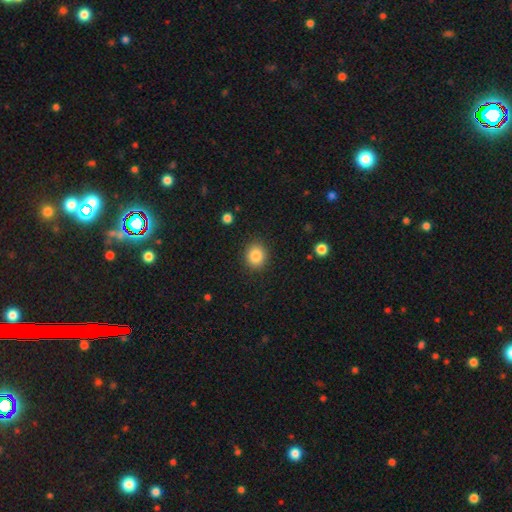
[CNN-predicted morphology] smooth 85%, star or artifact 10%, featured or disk 6%. Down the decision tree: how rounded — round (77%); merging — none (89%).